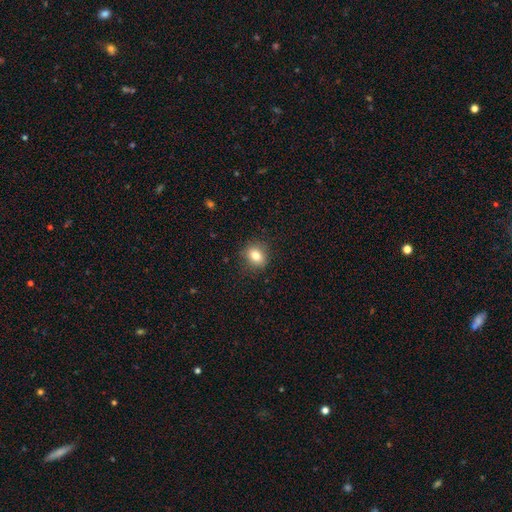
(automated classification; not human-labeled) This appears to be a smooth galaxy with no disk features (82%) that is round (58%). Merging: none (86%).